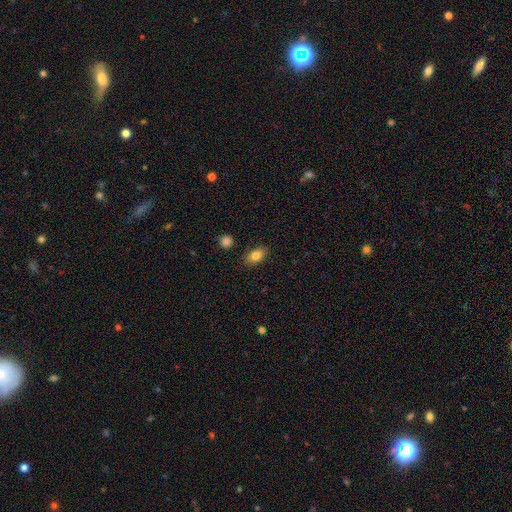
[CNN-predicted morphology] smooth_or_featured: smooth (p=0.83) [alt: featured or disk p=0.09]
how_rounded: in between (p=0.87) [alt: round p=0.10]
merging: none (p=0.86) [alt: minor disturbance p=0.10]